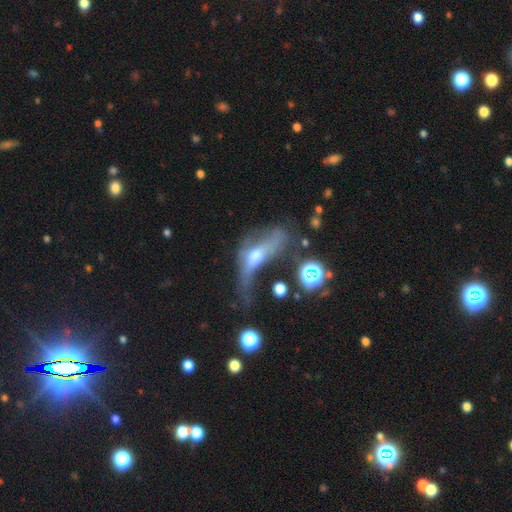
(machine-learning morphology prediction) A featured or disk galaxy (52%).

Vote fractions:
- Smooth or featured? featured or disk: 52% / smooth: 34% / star or artifact: 14%
- Edge-on disk? no: 64% / yes: 36%
- Merging? major disturbance: 51% / none: 19% / minor disturbance: 18% / merger: 12%